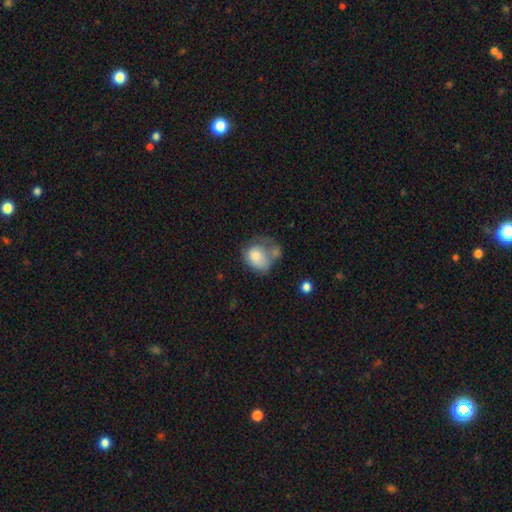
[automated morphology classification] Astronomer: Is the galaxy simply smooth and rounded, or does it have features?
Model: smooth — 73%.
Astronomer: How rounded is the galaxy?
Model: round — 52% (runner-up: in between, 47%).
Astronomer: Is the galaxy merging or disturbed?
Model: merger — 28% (runner-up: major disturbance, 25%).